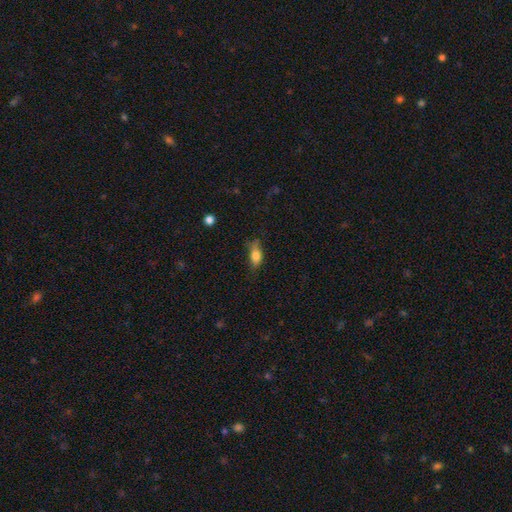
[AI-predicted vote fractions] Smooth or featured? Predicted: smooth (p=0.74). How rounded? Predicted: in between (p=0.77). Merging? Predicted: none (p=0.58).